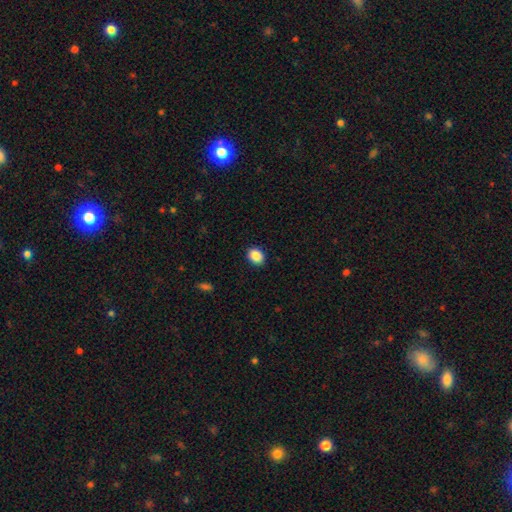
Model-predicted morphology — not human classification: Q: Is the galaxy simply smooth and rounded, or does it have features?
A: smooth — 88%.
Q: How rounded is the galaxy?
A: in between — 61%.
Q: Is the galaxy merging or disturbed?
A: none — 89%.